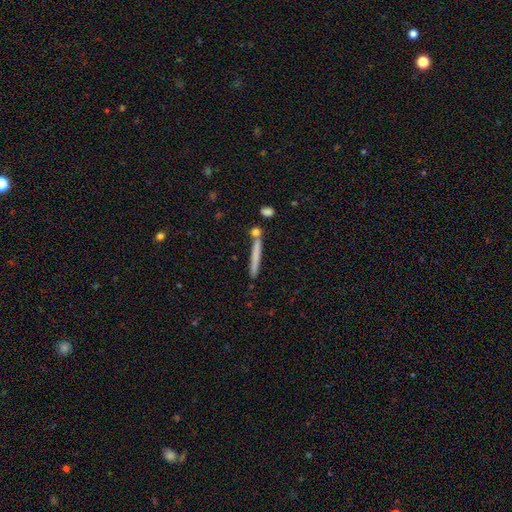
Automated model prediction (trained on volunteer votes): smooth_or_featured: smooth (p=0.66) [alt: featured or disk p=0.27]
how_rounded: cigar-shaped (p=0.96) [alt: in between p=0.03]
merging: none (p=0.78) [alt: minor disturbance p=0.10]